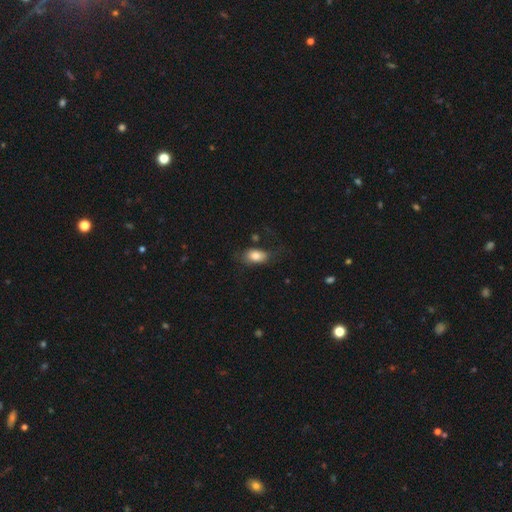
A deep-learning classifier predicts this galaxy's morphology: The model was most divided on "merging": none: 62%, minor disturbance: 21%, major disturbance: 14%, merger: 3%. More confident: how rounded — in between (89%); smooth or featured — smooth (81%).